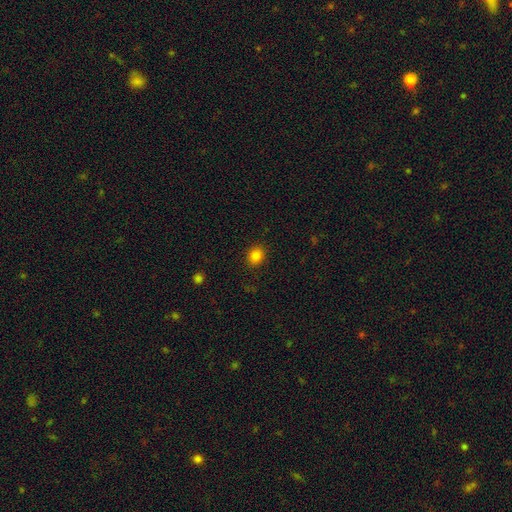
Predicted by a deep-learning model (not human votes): Smooth or featured: smooth — 83% (star or artifact — 12%)
How rounded: round — 63% (in between — 36%)
Merging: none — 90% (minor disturbance — 7%)